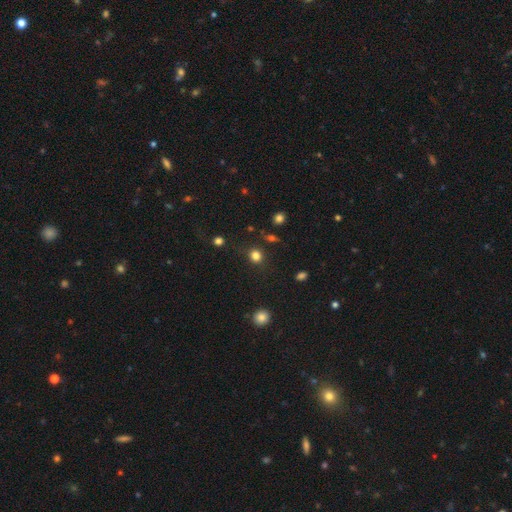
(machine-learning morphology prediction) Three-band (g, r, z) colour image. It shows a smooth galaxy with no disk features (81%) that is round (82%). Merging: none (82%).